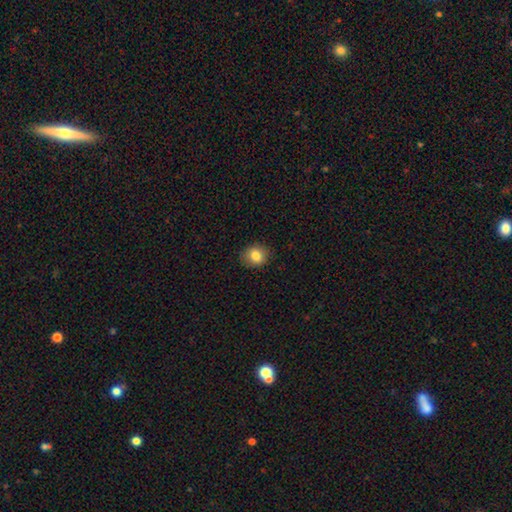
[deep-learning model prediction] Smooth or featured: smooth — 83% (star or artifact — 10%)
How rounded: round — 73% (in between — 26%)
Merging: none — 88% (minor disturbance — 9%)